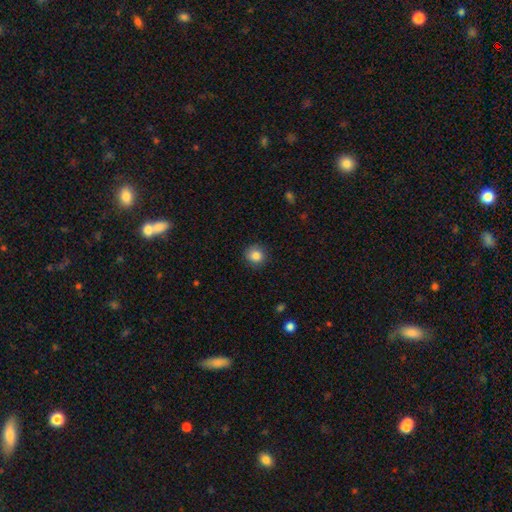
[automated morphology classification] Smooth or featured?
  - smooth: 84% *
  - star or artifact: 10%
  - featured or disk: 6%
How rounded?
  - round: 90% *
  - in between: 9%
  - cigar-shaped: 1%
Merging?
  - none: 88% *
  - minor disturbance: 9%
  - major disturbance: 2%
  - merger: 1%